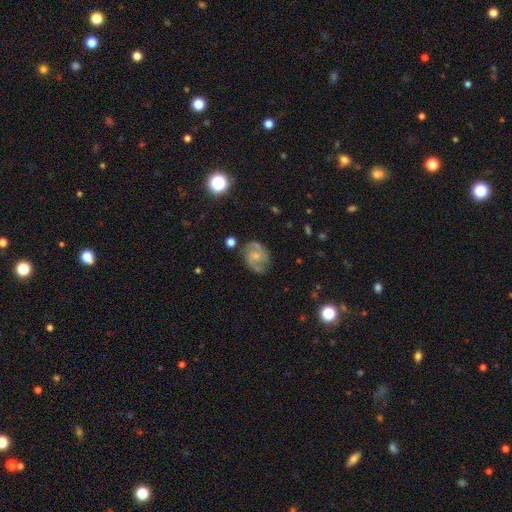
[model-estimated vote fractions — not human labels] smooth_or_featured: featured or disk (p=0.77) [alt: smooth p=0.16]
disk_edge_on: no (p=0.98) [alt: yes p=0.02]
bar: no (p=0.59) [alt: weak p=0.35]
has_spiral_arms: yes (p=0.94) [alt: no p=0.06]
spiral_winding: medium (p=0.53) [alt: tight p=0.28]
spiral_arm_count: 2 (p=0.86) [alt: can't tell p=0.07]
bulge_size: small (p=0.61) [alt: moderate p=0.27]
merging: none (p=0.72) [alt: minor disturbance p=0.18]